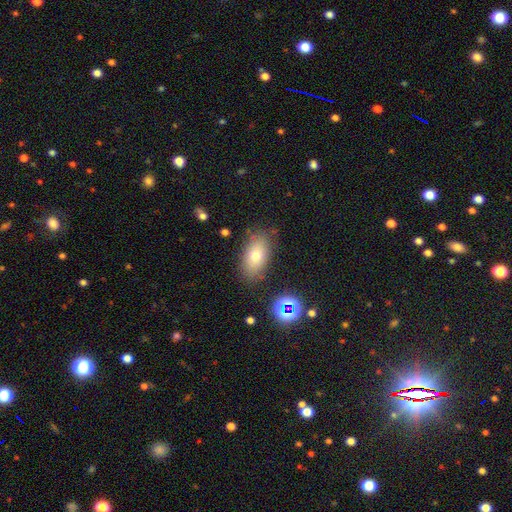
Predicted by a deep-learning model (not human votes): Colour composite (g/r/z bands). It shows a smooth galaxy with no disk features (74%) that is in between round and cigar-shaped (89%). Merging: none (82%).